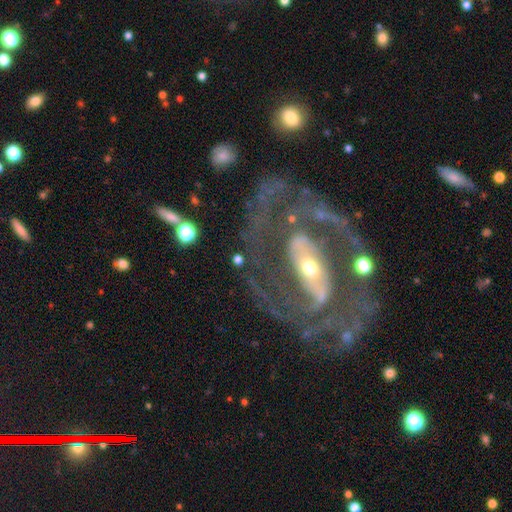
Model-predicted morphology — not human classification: featured or disk 88%, smooth 6%, star or artifact 6%. Down the decision tree: edge-on disk — no (95%); bar — strong (48%); spiral arms — yes (83%); spiral arm count — 2 (65%); spiral winding — tight (50%); bulge size — small (58%); merging — none (68%).